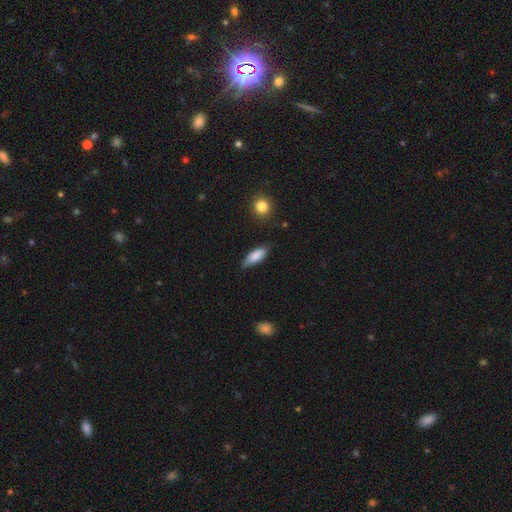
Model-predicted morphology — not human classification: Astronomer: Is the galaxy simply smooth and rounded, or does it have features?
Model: smooth — 82%.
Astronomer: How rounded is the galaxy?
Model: in between — 69%.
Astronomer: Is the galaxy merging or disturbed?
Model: none — 66%.